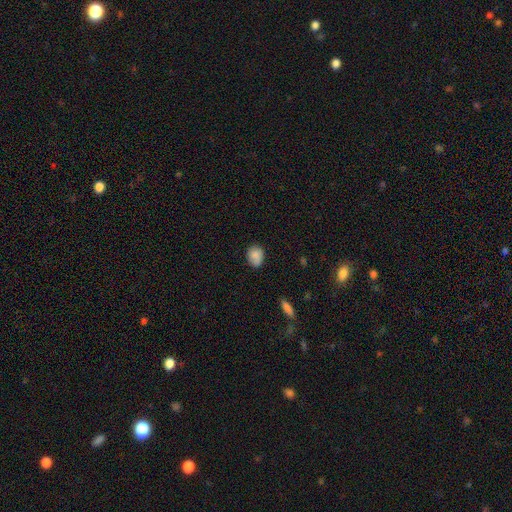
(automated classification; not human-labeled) Overall: smooth (85%). How rounded: in between (53%; round 46%). Merging: none (73%).